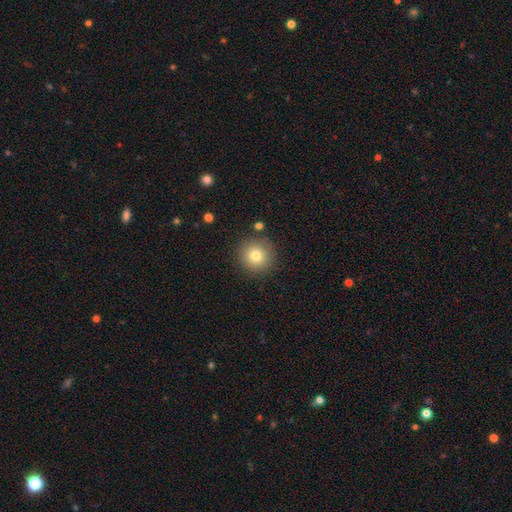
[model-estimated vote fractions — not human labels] Overall: smooth (78%). How rounded: round (94%). Merging: none (87%).